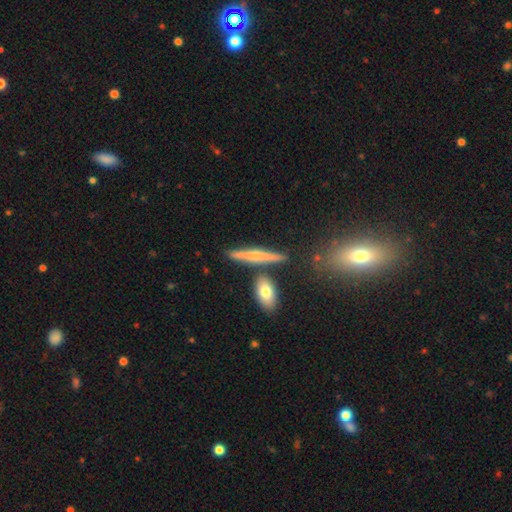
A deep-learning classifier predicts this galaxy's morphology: smooth-or-featured: featured or disk: 52% | smooth: 40% | star or artifact: 8%
  disk-edge-on: yes: 93% | no: 7%
  merging: none: 78% | minor disturbance: 10% | merger: 9% | major disturbance: 3%